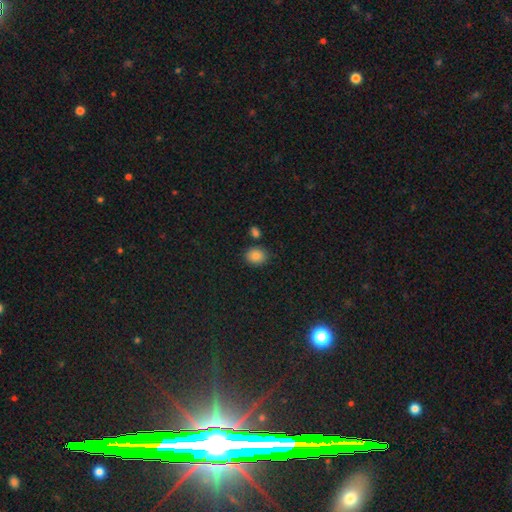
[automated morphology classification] Q: Smooth or featured?
A: smooth (84%); runner-up: star or artifact (10%)
Q: How rounded?
A: round (51%); runner-up: in between (48%)
Q: Merging?
A: none (81%); runner-up: minor disturbance (10%)